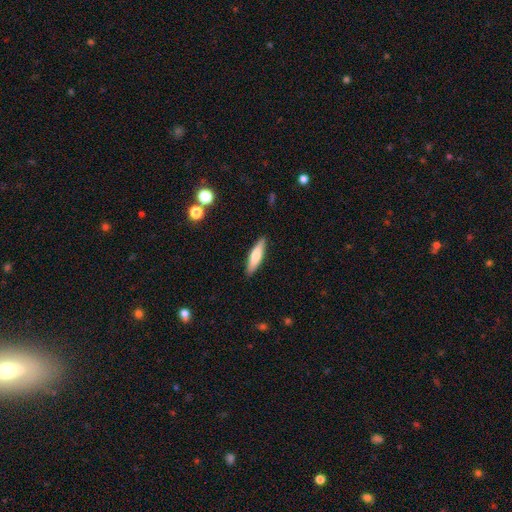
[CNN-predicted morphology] Smooth or featured? smooth (67%)
How rounded? cigar-shaped (73%)
Merging? none (89%)